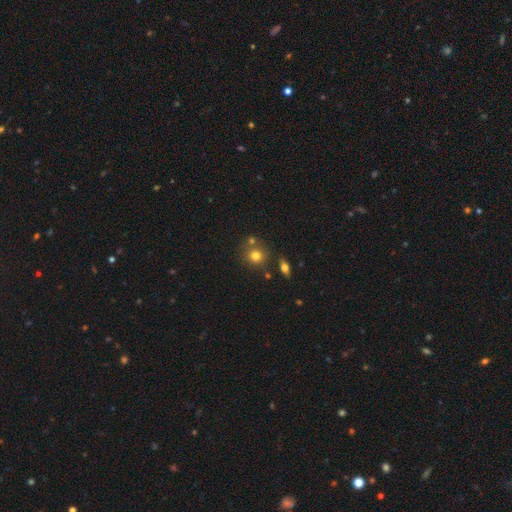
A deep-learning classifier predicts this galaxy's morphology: This is likely a smooth galaxy (77%). How rounded: clearly round (85%). Merging: likely none (69%).